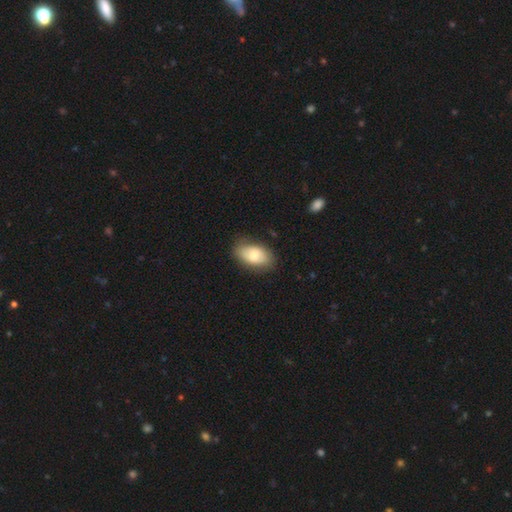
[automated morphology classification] A smooth galaxy with no disk features (73%) that is in between round and cigar-shaped (93%).

Vote fractions:
- Smooth or featured? smooth: 73% / featured or disk: 21% / star or artifact: 6%
- How rounded? in between: 93% / round: 5% / cigar-shaped: 2%
- Merging? none: 75% / minor disturbance: 19% / major disturbance: 5% / merger: 1%